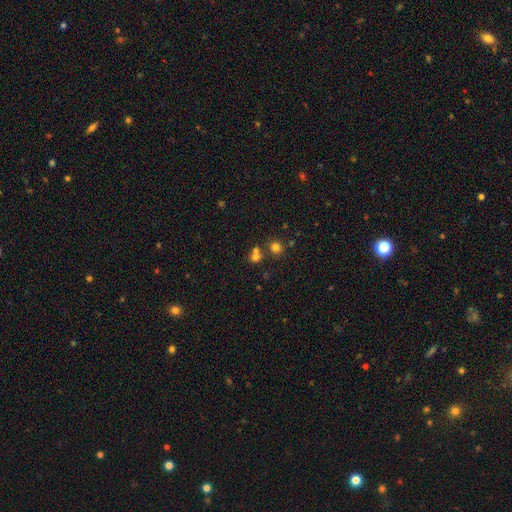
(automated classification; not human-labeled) A smooth galaxy with no disk features (67%) that is round (81%). Merging: none (53%).